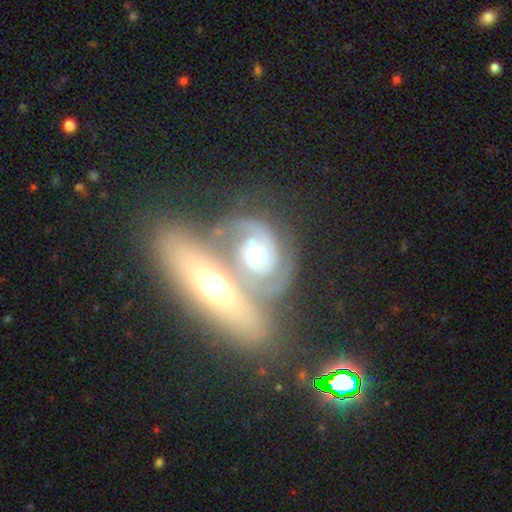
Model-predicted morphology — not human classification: smooth_or_featured: featured or disk (p=0.79) [alt: smooth p=0.16]
disk_edge_on: no (p=0.91) [alt: yes p=0.09]
bar: no (p=0.70) [alt: weak p=0.22]
has_spiral_arms: yes (p=0.88) [alt: no p=0.12]
spiral_winding: tight (p=0.51) [alt: medium p=0.35]
spiral_arm_count: 2 (p=0.69) [alt: can't tell p=0.14]
bulge_size: moderate (p=0.65) [alt: large p=0.22]
merging: merger (p=0.62) [alt: none p=0.22]